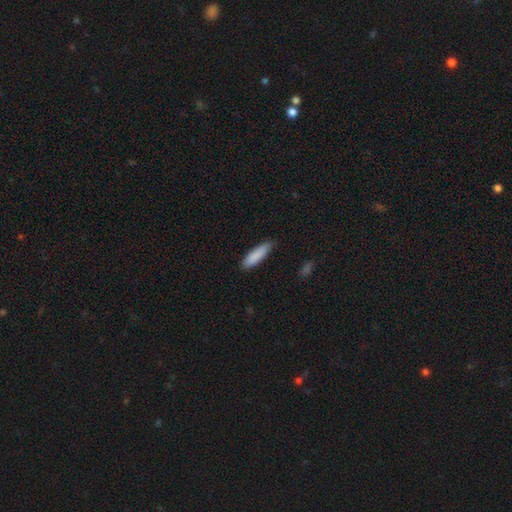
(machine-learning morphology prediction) Q: Smooth or featured?
A: smooth (88%); runner-up: featured or disk (7%)
Q: How rounded?
A: cigar-shaped (61%); runner-up: in between (38%)
Q: Merging?
A: none (82%); runner-up: minor disturbance (15%)